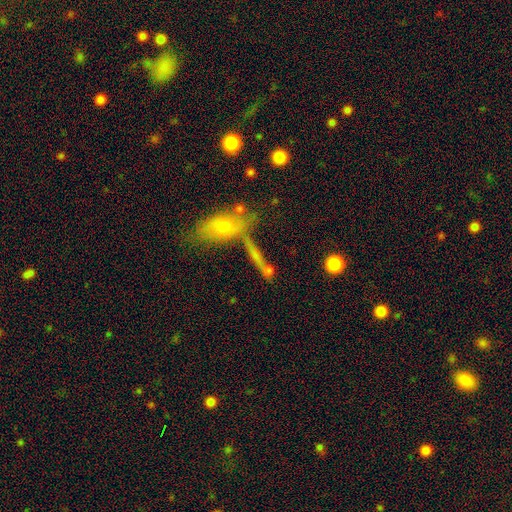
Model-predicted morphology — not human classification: Q: Smooth or featured?
A: smooth (54%); runner-up: featured or disk (33%)
Q: How rounded?
A: cigar-shaped (67%); runner-up: in between (23%)
Q: Merging?
A: none (53%); runner-up: merger (27%)